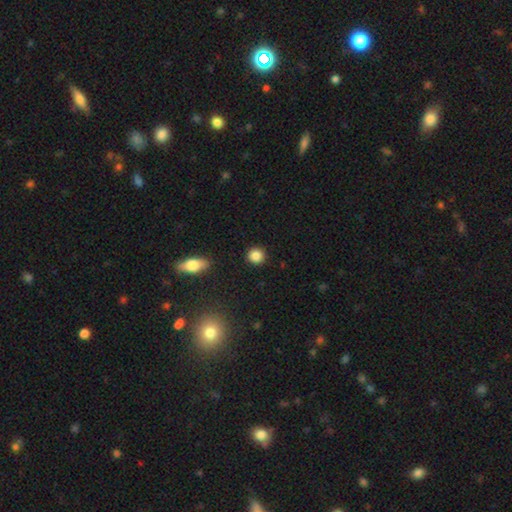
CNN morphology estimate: smooth_or_featured: smooth (p=0.86) [alt: star or artifact p=0.10]
how_rounded: round (p=0.92) [alt: in between p=0.07]
merging: none (p=0.91) [alt: minor disturbance p=0.06]